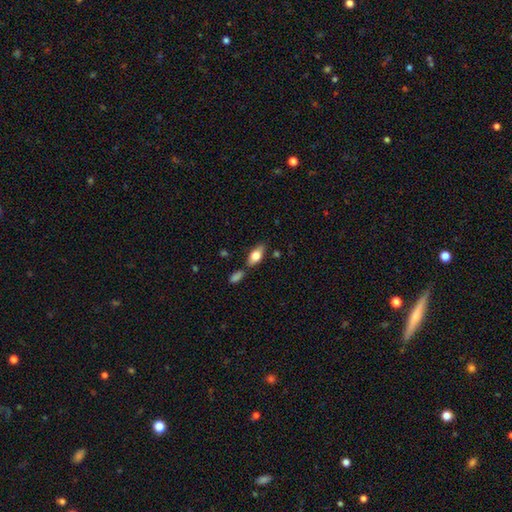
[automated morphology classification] smooth 70%, featured or disk 23%, star or artifact 7%. Down the decision tree: how rounded — in between (82%); merging — none (71%).